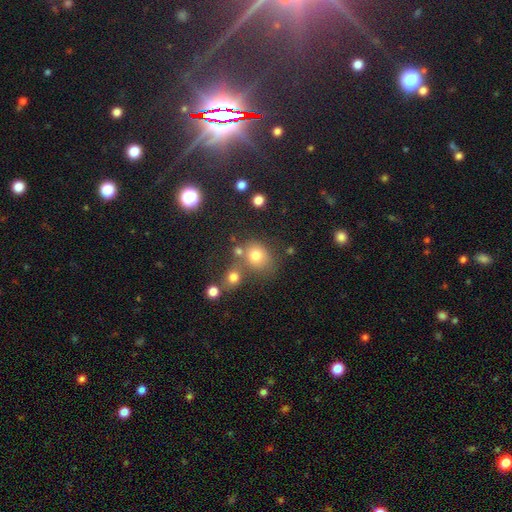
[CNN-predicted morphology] This is likely a smooth galaxy (74%). How rounded: likely round (69%). Merging: possibly none (56%).